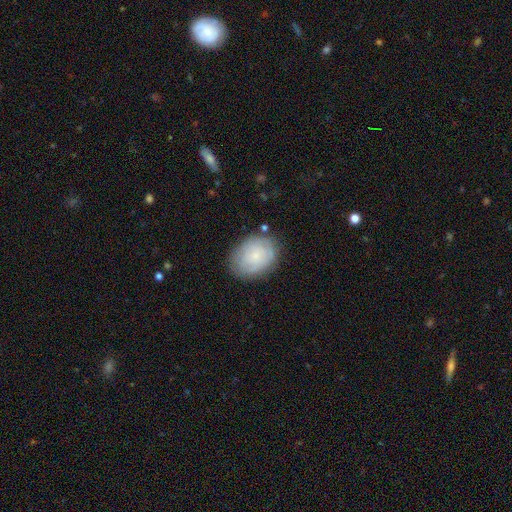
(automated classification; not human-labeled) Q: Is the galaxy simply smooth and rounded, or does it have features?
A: smooth — 65%.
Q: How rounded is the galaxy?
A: in between — 66%.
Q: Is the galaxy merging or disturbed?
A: none — 76%.